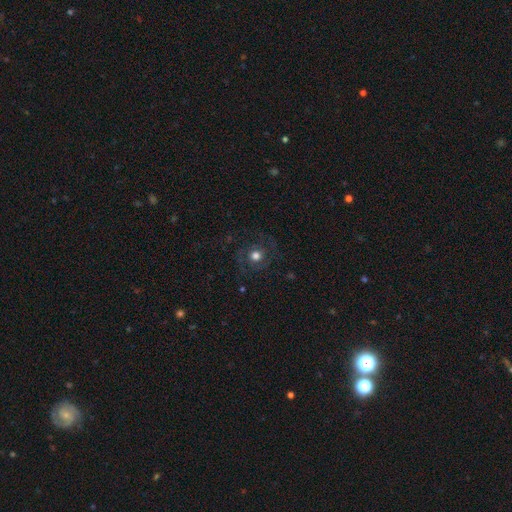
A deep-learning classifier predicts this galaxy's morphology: Q: Smooth or featured?
A: featured or disk (55%); runner-up: smooth (33%)
Q: Edge-on disk?
A: no (97%); runner-up: yes (3%)
Q: Bar?
A: no (79%); runner-up: weak (17%)
Q: Spiral arms?
A: yes (79%); runner-up: no (21%)
Q: Bulge size?
A: moderate (63%); runner-up: large (26%)
Q: Merging?
A: none (75%); runner-up: minor disturbance (13%)